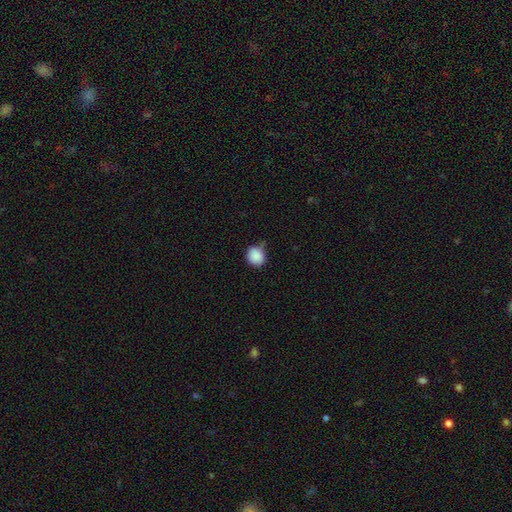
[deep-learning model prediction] A smooth galaxy with no disk features (88%) that is round (77%). Merging: none (62%).